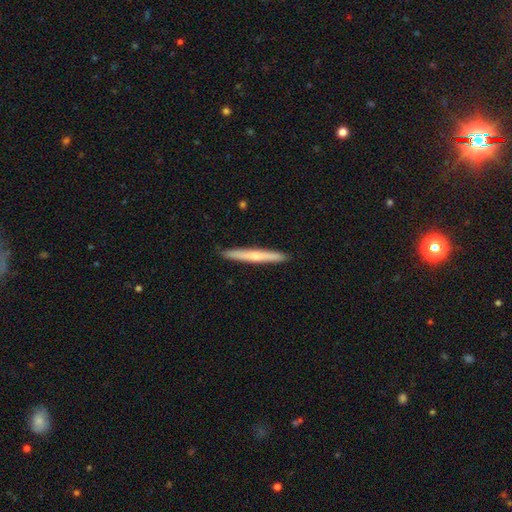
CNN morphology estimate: A smooth galaxy with no disk features (51%) that is cigar-shaped (96%). Merging: none (92%).